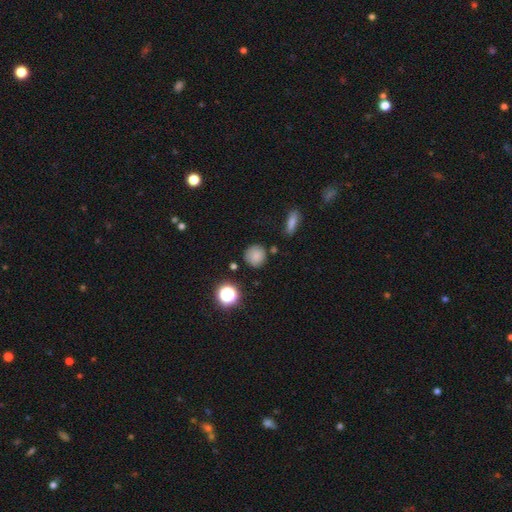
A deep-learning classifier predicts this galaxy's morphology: Smooth or featured? Predicted: smooth (p=0.79). How rounded? Predicted: round (p=0.90). Merging? Predicted: none (p=0.80).